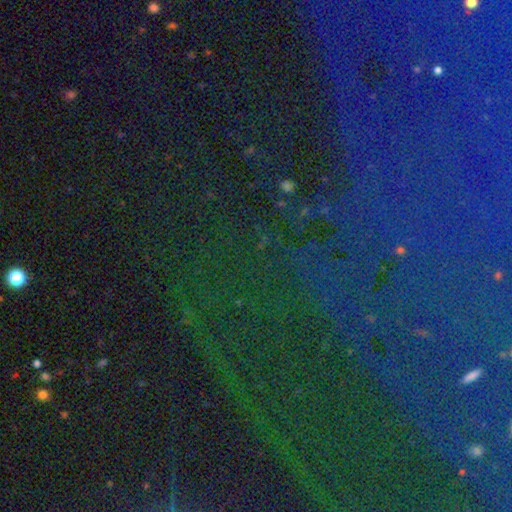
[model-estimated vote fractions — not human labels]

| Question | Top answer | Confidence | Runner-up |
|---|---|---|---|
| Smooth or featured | star or artifact | 83% | smooth (9%) |